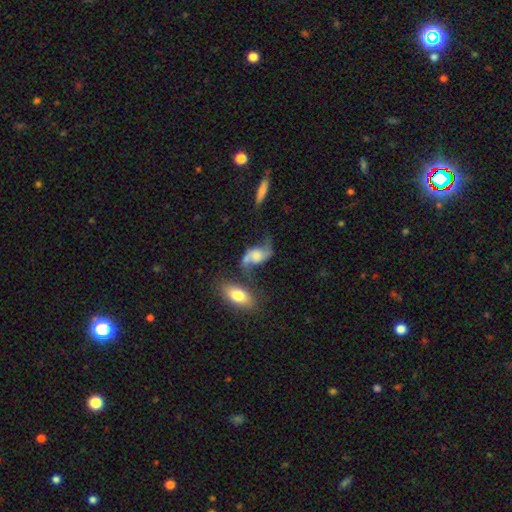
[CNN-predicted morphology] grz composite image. It shows a featured or disk galaxy (72%) with no bar (63%), 2 (91%) loose (78%) spiral arms (91%) and a moderate central bulge (37%). Merging: none (43%).